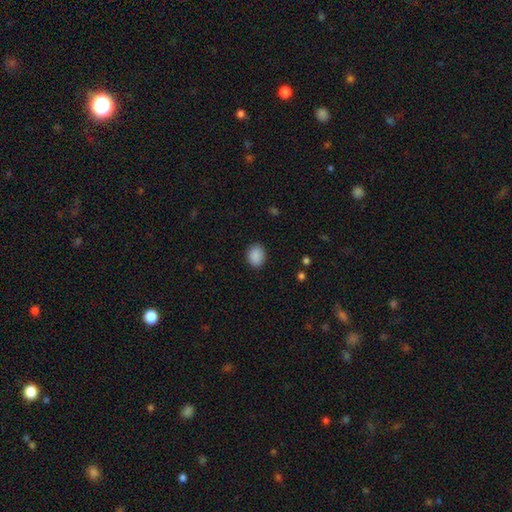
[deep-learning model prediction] smooth-or-featured: smooth: 89% | star or artifact: 8% | featured or disk: 3%
  how-rounded: in between: 51% | round: 48% | cigar-shaped: 1%
  merging: none: 87% | minor disturbance: 9% | major disturbance: 2% | merger: 1%